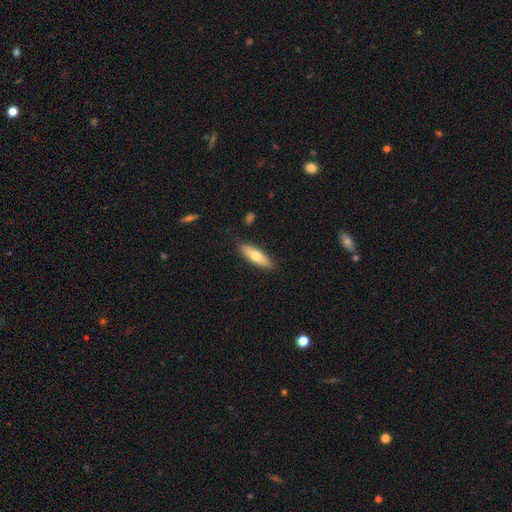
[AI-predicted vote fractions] Overall: smooth (67%). How rounded: in between (49%; cigar-shaped 48%). Merging: none (87%).